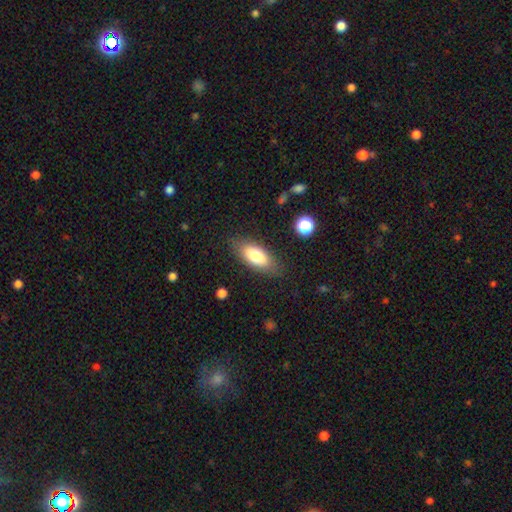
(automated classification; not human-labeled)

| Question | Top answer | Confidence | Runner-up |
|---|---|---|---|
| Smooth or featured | smooth | 78% | featured or disk (15%) |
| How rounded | in between | 82% | cigar-shaped (16%) |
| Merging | none | 82% | minor disturbance (13%) |